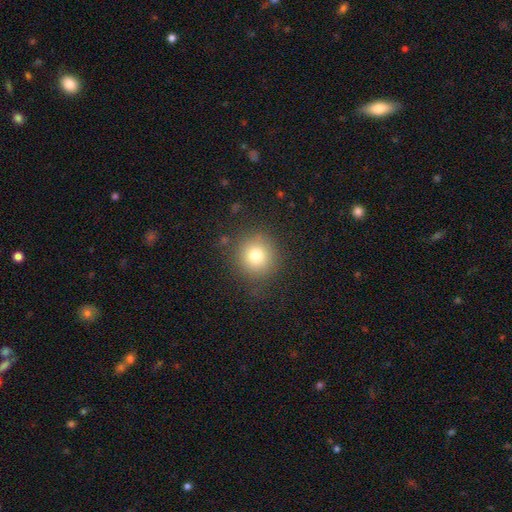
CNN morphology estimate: smooth 77%, star or artifact 13%, featured or disk 10%. Down the decision tree: how rounded — round (92%); merging — none (84%).